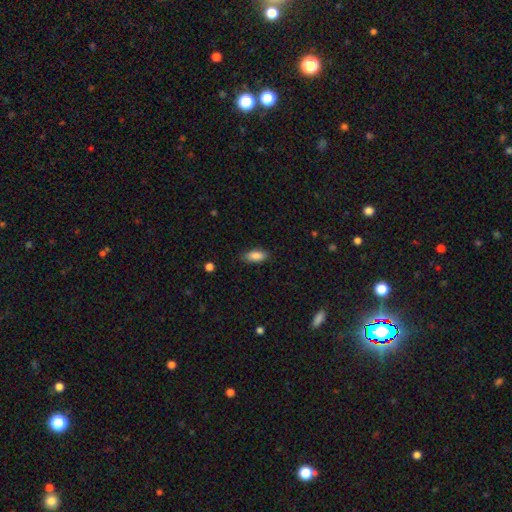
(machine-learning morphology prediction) Overall: smooth (86%). How rounded: in between (86%). Merging: none (84%).